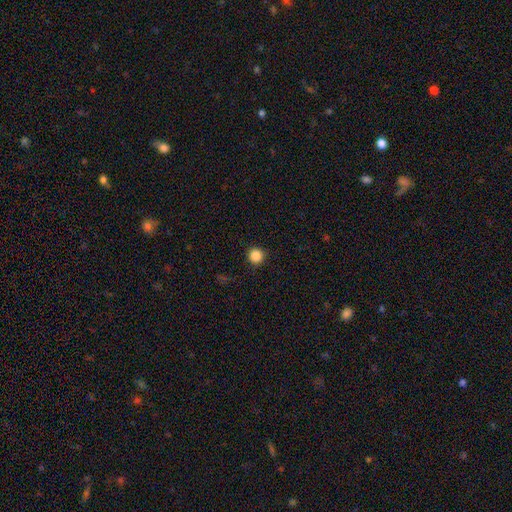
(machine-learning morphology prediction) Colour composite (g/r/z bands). It shows a smooth galaxy with no disk features (86%) that is round (95%). Merging: none (91%).